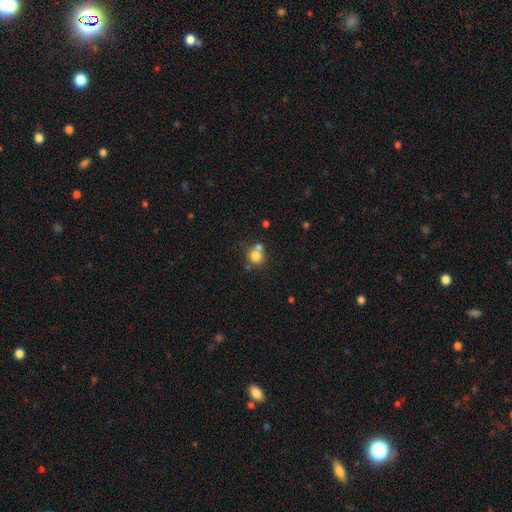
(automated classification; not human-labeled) Smooth or featured: smooth — 76% (star or artifact — 12%)
How rounded: round — 86% (in between — 13%)
Merging: none — 51% (merger — 36%)